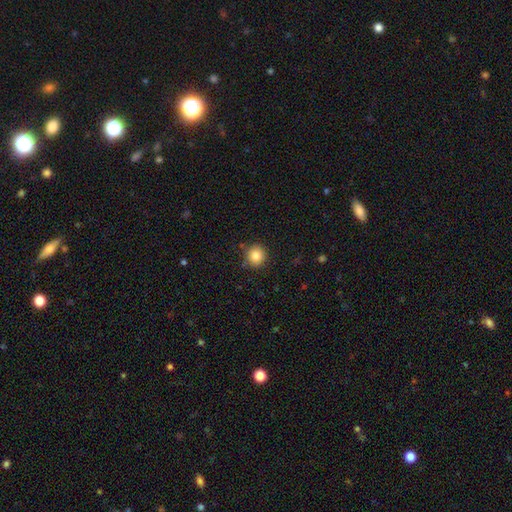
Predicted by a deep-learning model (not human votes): A smooth galaxy with no disk features (84%) that is round (91%).

Vote fractions:
- Smooth or featured? smooth: 84% / star or artifact: 10% / featured or disk: 5%
- How rounded? round: 91% / in between: 8% / cigar-shaped: 1%
- Merging? none: 86% / minor disturbance: 9% / major disturbance: 2% / merger: 2%